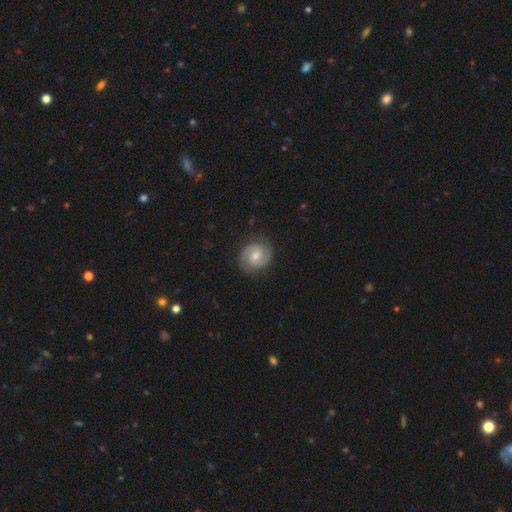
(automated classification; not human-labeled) A featured or disk galaxy (67%) with a weak bar (50%), 2 (90%) medium (48%) spiral arms (93%) and a moderate central bulge (58%).

Vote fractions:
- Smooth or featured? featured or disk: 67% / smooth: 27% / star or artifact: 6%
- Edge-on disk? no: 98% / yes: 2%
- Bar? weak: 50% / no: 40% / strong: 10%
- Spiral arms? yes: 93% / no: 7%
- Spiral winding? medium: 48% / tight: 35% / loose: 16%
- Spiral arm count? 2: 90% / can't tell: 5% / 1: 2% / 3: 1% / 4: 1% / more than 4: 1%
- Bulge size? moderate: 58% / small: 34% / large: 4% / none: 3% / dominant: 1%
- Merging? none: 85% / minor disturbance: 11% / major disturbance: 3% / merger: 1%